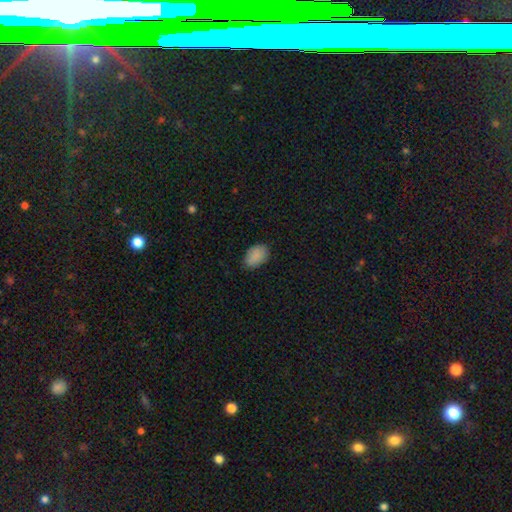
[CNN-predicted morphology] smooth-or-featured: smooth: 88% | star or artifact: 8% | featured or disk: 4%
  how-rounded: in between: 85% | round: 14% | cigar-shaped: 1%
  merging: none: 82% | minor disturbance: 15% | major disturbance: 3% | merger: 1%